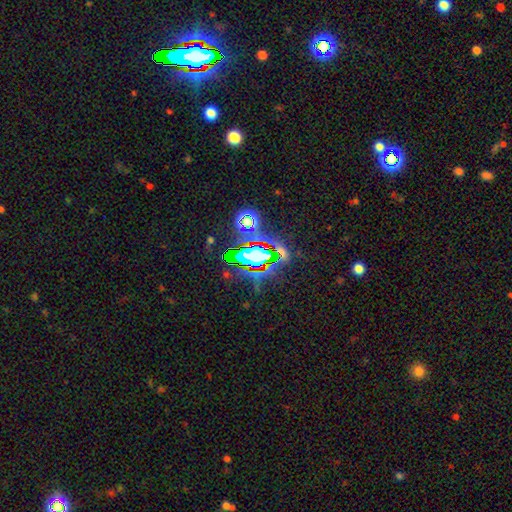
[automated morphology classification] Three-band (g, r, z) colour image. It shows a star or artifact, not a galaxy (69%).